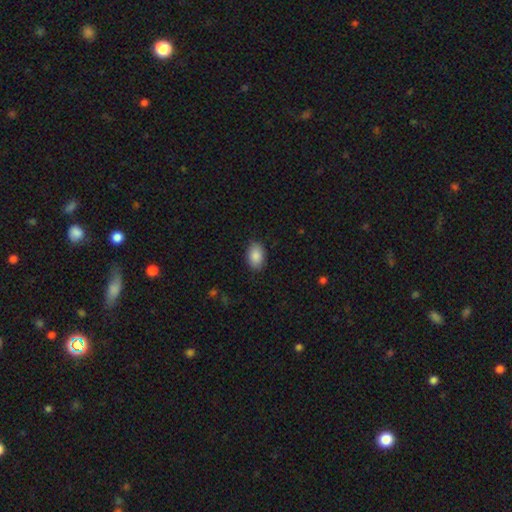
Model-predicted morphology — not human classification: A smooth galaxy with no disk features (88%) that is in between round and cigar-shaped (88%). Merging: none (87%).